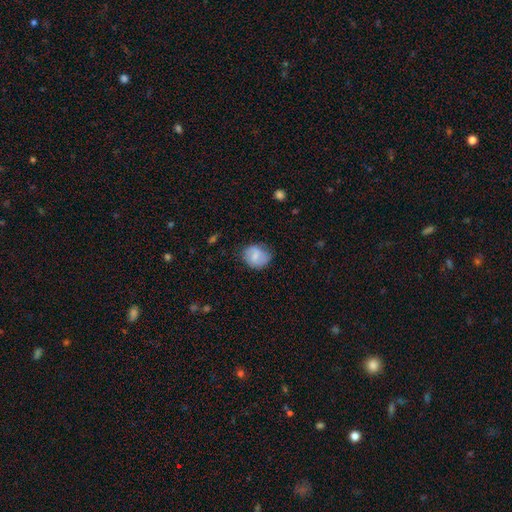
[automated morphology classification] A smooth galaxy with no disk features (68%) that is round (65%).

Vote fractions:
- Smooth or featured? smooth: 68% / featured or disk: 24% / star or artifact: 8%
- How rounded? round: 65% / in between: 34% / cigar-shaped: 1%
- Merging? none: 71% / minor disturbance: 22% / major disturbance: 6% / merger: 1%